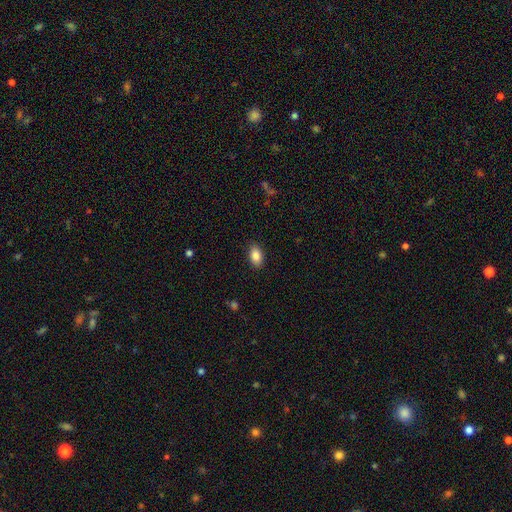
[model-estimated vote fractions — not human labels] A smooth galaxy with no disk features (86%) that is in between round and cigar-shaped (90%).

Vote fractions:
- Smooth or featured? smooth: 86% / star or artifact: 8% / featured or disk: 6%
- How rounded? in between: 90% / round: 8% / cigar-shaped: 2%
- Merging? none: 88% / minor disturbance: 9% / major disturbance: 2% / merger: 1%